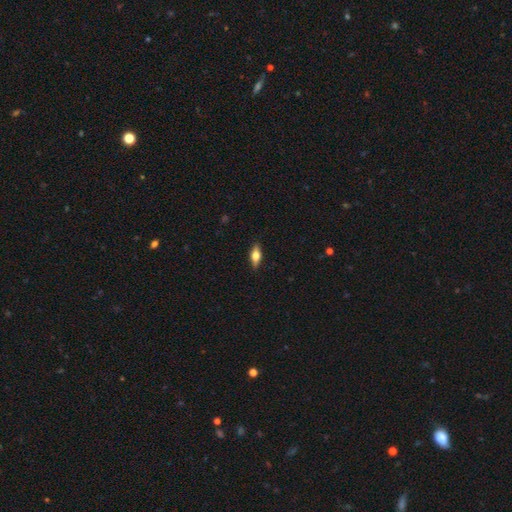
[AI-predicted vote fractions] smooth 51%, featured or disk 42%, star or artifact 7%. Down the decision tree: how rounded — in between (68%); merging — none (88%).